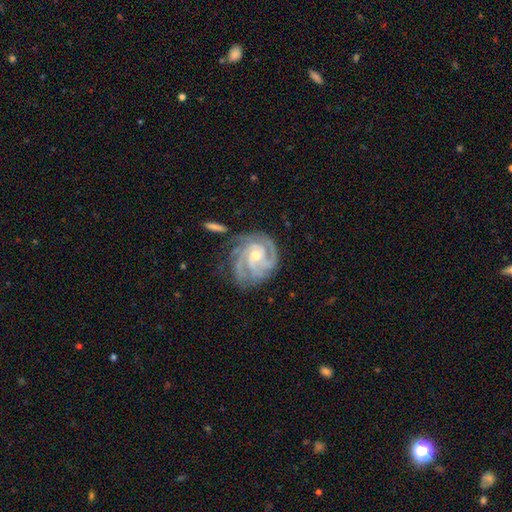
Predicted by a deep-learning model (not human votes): Smooth or featured? featured or disk (91%)
Edge-on disk? no (98%)
Bar? no (63%)
Spiral arms? yes (98%)
Spiral winding? tight (71%)
Spiral arm count? 3 (48%)
Bulge size? small (52%)
Merging? none (68%)